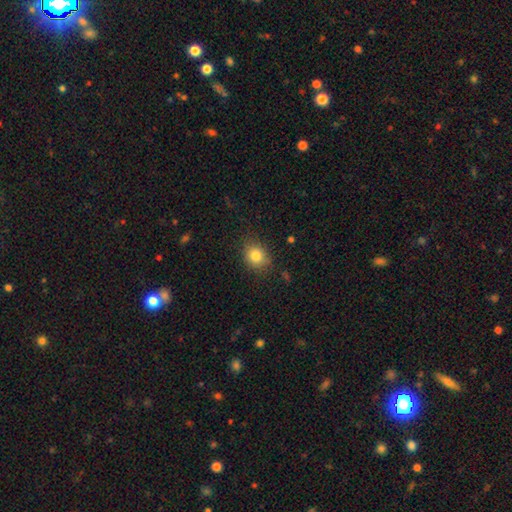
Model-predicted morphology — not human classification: Smooth or featured?
  - smooth: 82% *
  - star or artifact: 10%
  - featured or disk: 7%
How rounded?
  - round: 62% *
  - in between: 37%
  - cigar-shaped: 1%
Merging?
  - none: 79% *
  - minor disturbance: 16%
  - major disturbance: 4%
  - merger: 1%